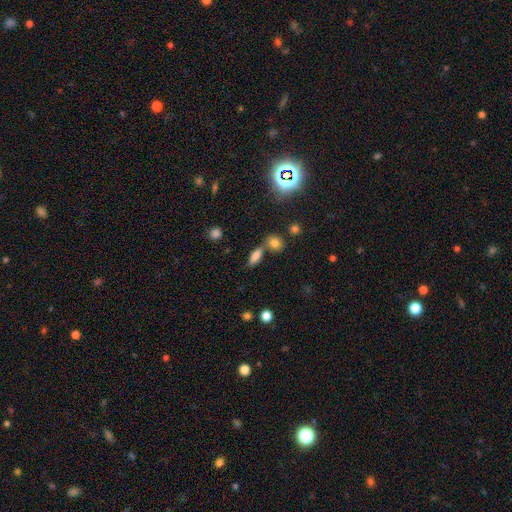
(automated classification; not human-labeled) Morphology: type=smooth (75%); roundness=in between (67%); merging=none (59%).